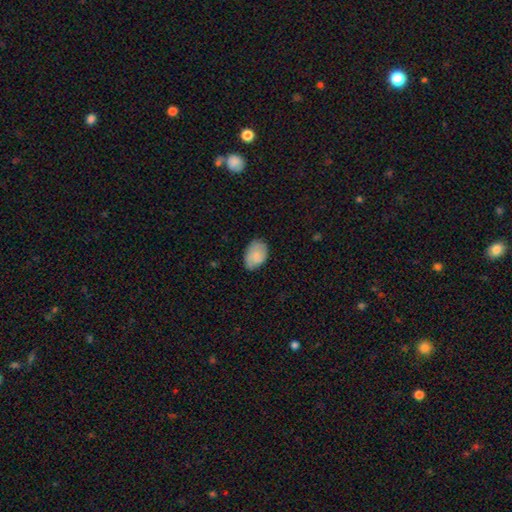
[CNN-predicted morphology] Smooth or featured?
  - smooth: 80% *
  - featured or disk: 13%
  - star or artifact: 7%
How rounded?
  - in between: 86% *
  - round: 13%
  - cigar-shaped: 1%
Merging?
  - none: 64% *
  - minor disturbance: 29%
  - major disturbance: 6%
  - merger: 1%